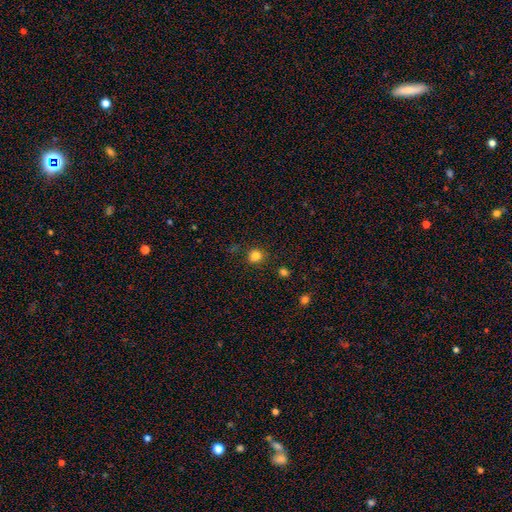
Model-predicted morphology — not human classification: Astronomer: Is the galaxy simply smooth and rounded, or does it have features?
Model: smooth — 82%.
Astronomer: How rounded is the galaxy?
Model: round — 82%.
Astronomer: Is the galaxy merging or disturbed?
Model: none — 83%.